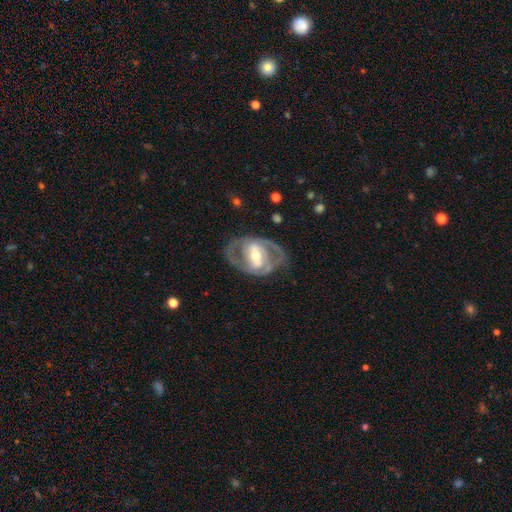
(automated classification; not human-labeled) Smooth or featured: featured or disk — 86% (smooth — 10%)
Edge-on disk: no — 96% (yes — 4%)
Bar: strong — 49% (weak — 35%)
Spiral arms: yes — 88% (no — 12%)
Spiral winding: medium — 50% (tight — 35%)
Spiral arm count: 2 — 78% (can't tell — 10%)
Bulge size: moderate — 63% (small — 28%)
Merging: none — 69% (minor disturbance — 17%)